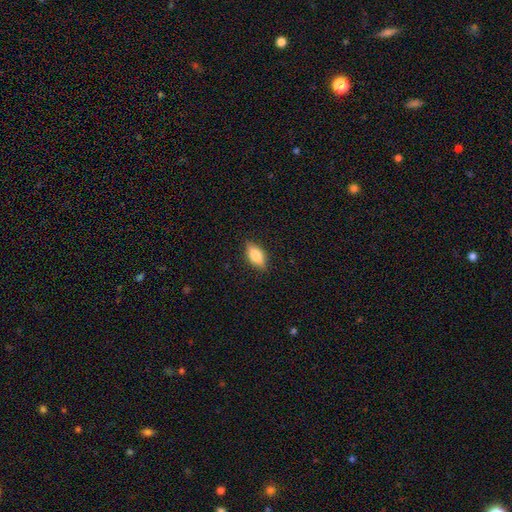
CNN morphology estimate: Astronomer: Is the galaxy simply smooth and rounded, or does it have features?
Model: smooth — 71%.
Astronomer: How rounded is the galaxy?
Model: in between — 81%.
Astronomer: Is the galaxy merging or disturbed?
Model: none — 86%.